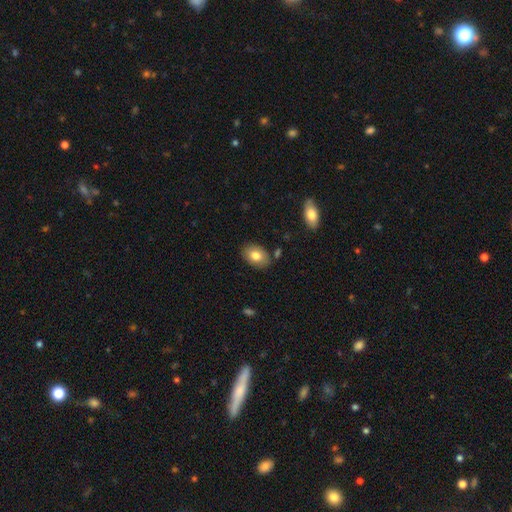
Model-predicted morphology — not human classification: A smooth galaxy with no disk features (79%) that is in between round and cigar-shaped (85%).

Vote fractions:
- Smooth or featured? smooth: 79% / featured or disk: 14% / star or artifact: 7%
- How rounded? in between: 85% / round: 14% / cigar-shaped: 1%
- Merging? none: 83% / minor disturbance: 12% / merger: 3% / major disturbance: 2%